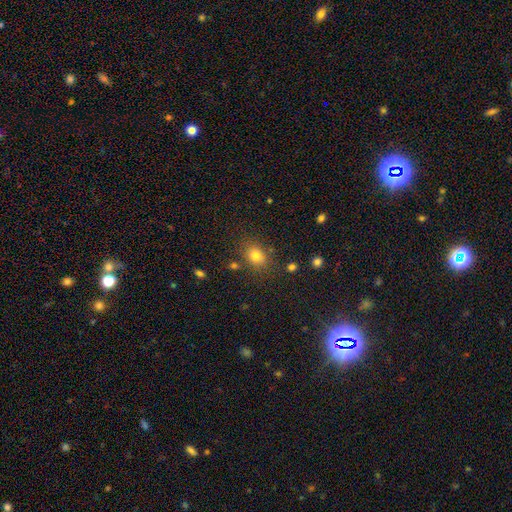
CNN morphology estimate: Smooth or featured: smooth — 79% (star or artifact — 13%)
How rounded: in between — 61% (round — 37%)
Merging: none — 77% (minor disturbance — 13%)